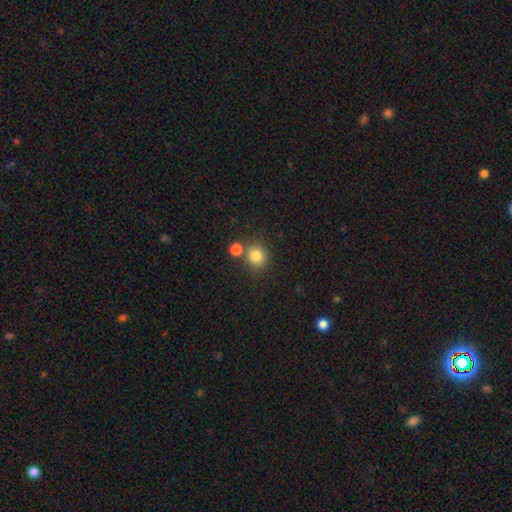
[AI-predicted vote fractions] A smooth galaxy with no disk features (82%) that is round (87%). Merging: none (71%).